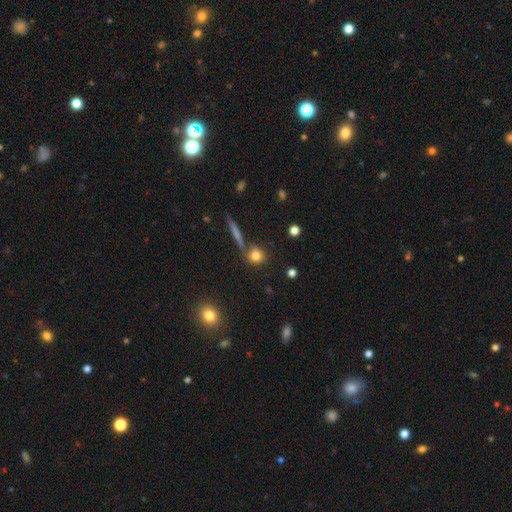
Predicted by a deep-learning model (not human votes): smooth 77%, star or artifact 12%, featured or disk 11%. Down the decision tree: how rounded — round (82%); merging — none (71%).